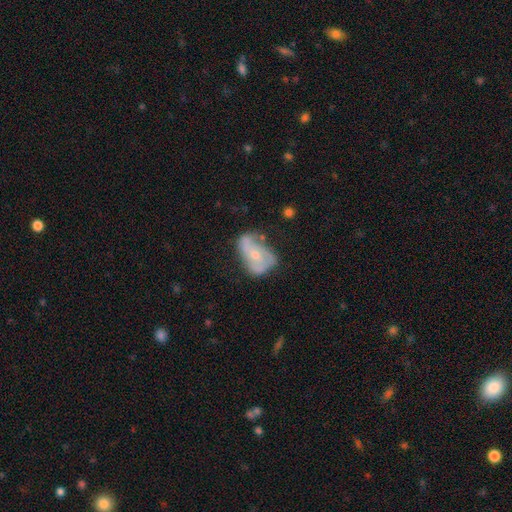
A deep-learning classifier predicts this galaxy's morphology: Smooth or featured? featured or disk (61%)
Edge-on disk? no (96%)
Bar? no (64%)
Spiral arms? yes (60%)
Bulge size? small (58%)
Merging? none (37%)